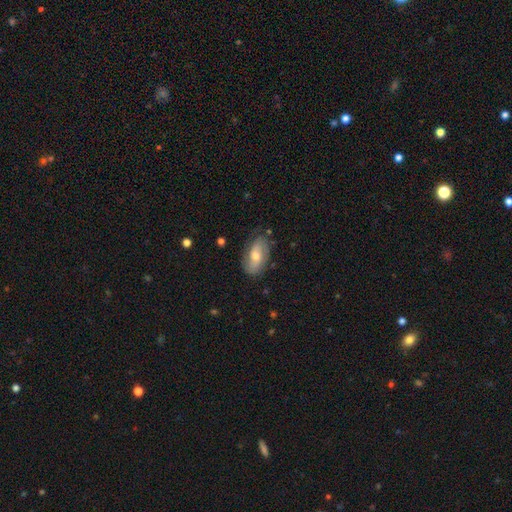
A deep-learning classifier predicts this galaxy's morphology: type=smooth (49%); merging=none (75%).